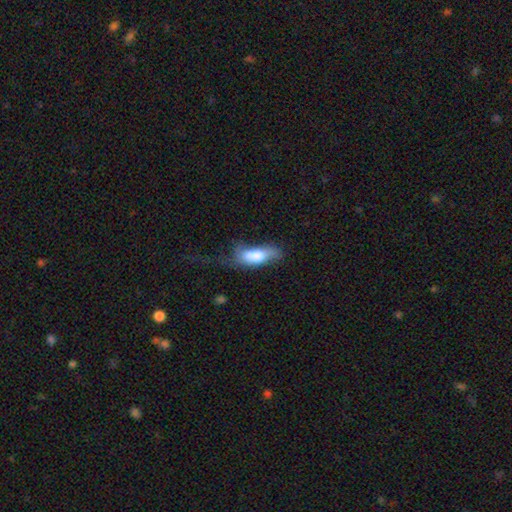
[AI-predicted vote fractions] A smooth galaxy with no disk features (70%) that is in between round and cigar-shaped (70%). Merging: none (33%).